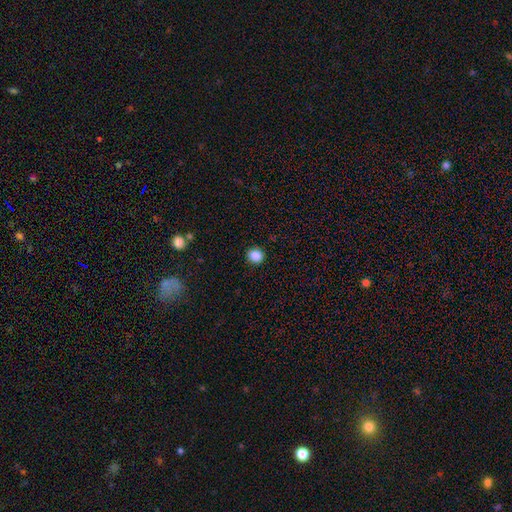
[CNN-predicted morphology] smooth 87%, star or artifact 10%, featured or disk 3%. Down the decision tree: how rounded — round (86%); merging — none (91%).